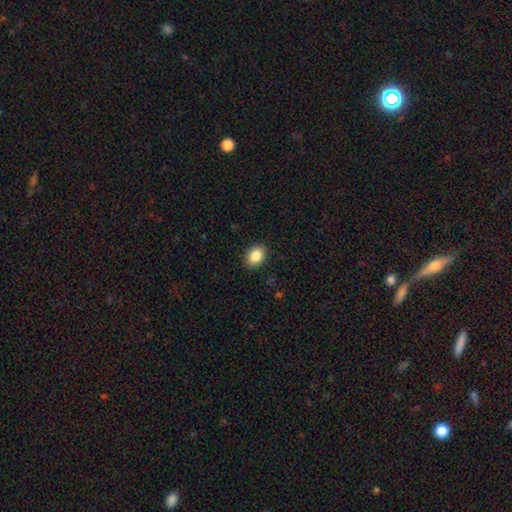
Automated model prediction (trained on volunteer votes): This appears to be a smooth galaxy with no disk features (87%) that is in between round and cigar-shaped (69%). Merging: none (90%).